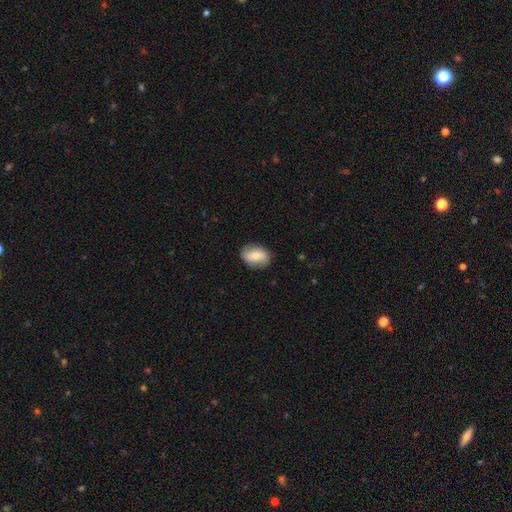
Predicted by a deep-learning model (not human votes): A smooth galaxy with no disk features (60%) that is in between round and cigar-shaped (76%).

Vote fractions:
- Smooth or featured? smooth: 60% / featured or disk: 32% / star or artifact: 7%
- How rounded? in between: 76% / round: 22% / cigar-shaped: 2%
- Merging? none: 85% / minor disturbance: 12% / major disturbance: 3% / merger: 1%